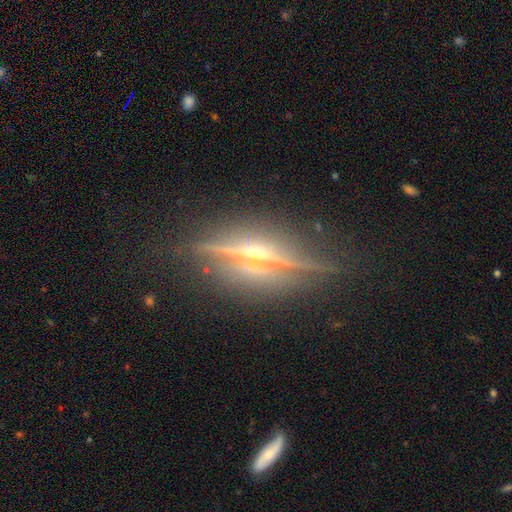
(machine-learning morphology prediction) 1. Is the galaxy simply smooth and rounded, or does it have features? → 85% featured or disk, 8% star or artifact, 6% smooth.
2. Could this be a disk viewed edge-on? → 94% yes, 6% no.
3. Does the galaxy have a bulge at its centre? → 93% rounded, 4% none, 3% boxy.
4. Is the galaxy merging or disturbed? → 82% none, 12% minor disturbance, 4% major disturbance, 2% merger.